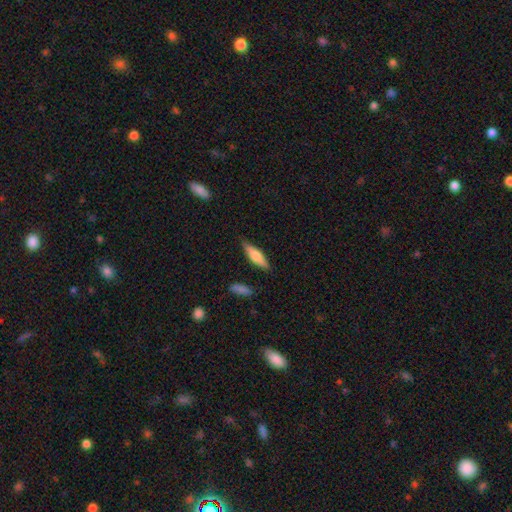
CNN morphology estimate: Q: Smooth or featured?
A: smooth (61%); runner-up: featured or disk (32%)
Q: How rounded?
A: cigar-shaped (66%); runner-up: in between (32%)
Q: Merging?
A: none (83%); runner-up: minor disturbance (12%)